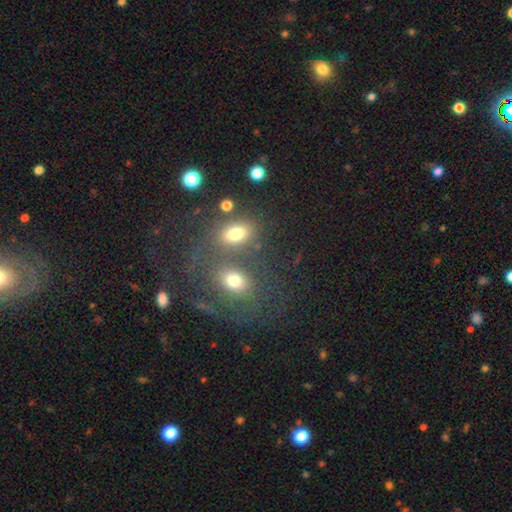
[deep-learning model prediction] smooth 52%, featured or disk 25%, star or artifact 23%. Down the decision tree: how rounded — in between (49%, tied with round); merging — merger (51%).